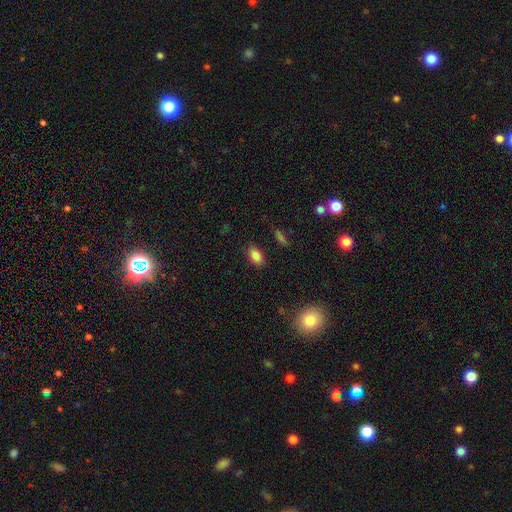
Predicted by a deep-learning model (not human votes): smooth_or_featured: smooth (p=0.85) [alt: star or artifact p=0.10]
how_rounded: in between (p=0.89) [alt: round p=0.07]
merging: none (p=0.85) [alt: minor disturbance p=0.11]